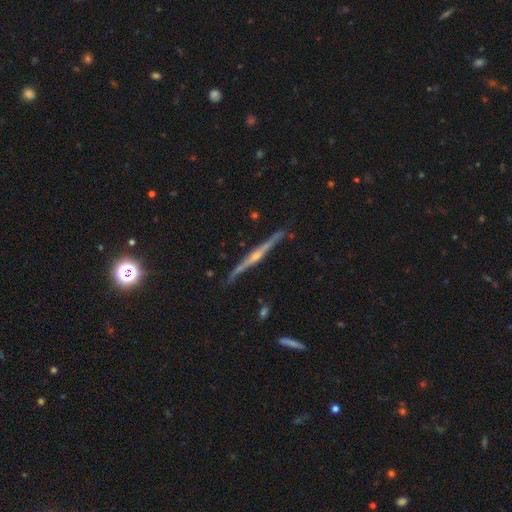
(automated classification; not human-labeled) Overall: featured or disk (85%). Edge-on disk: yes (98%). Edge-on bulge: rounded (83%). Merging: none (87%).